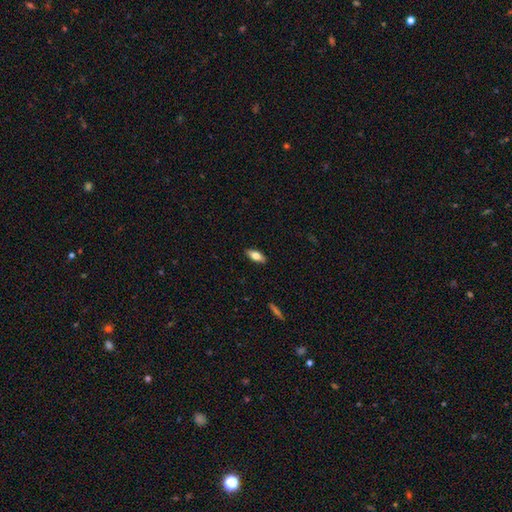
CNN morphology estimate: This is likely a smooth galaxy (68%). How rounded: likely in between (76%). Merging: clearly none (89%).